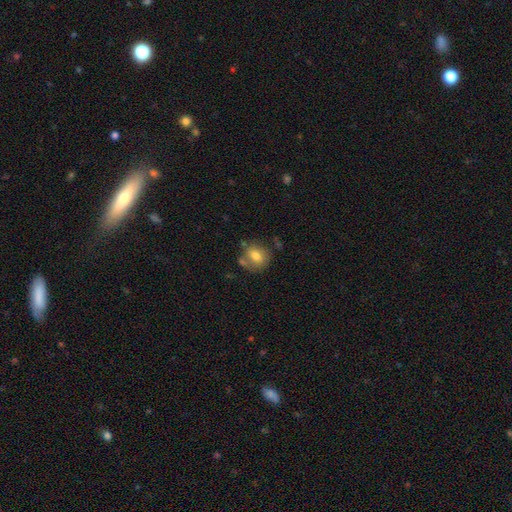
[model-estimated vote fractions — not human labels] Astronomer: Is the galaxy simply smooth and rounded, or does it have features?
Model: smooth — 74%.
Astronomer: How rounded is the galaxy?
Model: round — 65%.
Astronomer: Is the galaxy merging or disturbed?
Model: none — 62%.